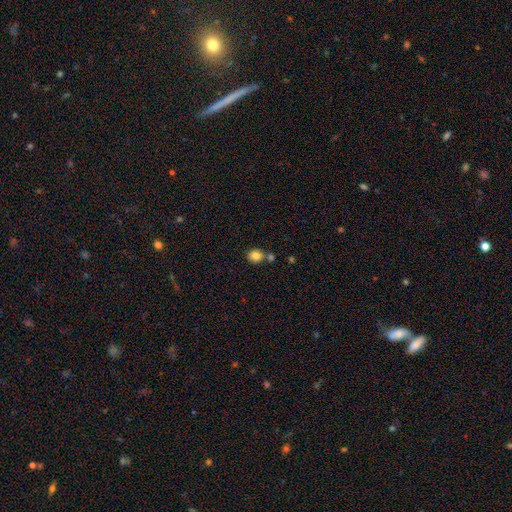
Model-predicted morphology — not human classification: smooth 84%, star or artifact 10%, featured or disk 6%. Down the decision tree: how rounded — round (67%); merging — none (63%).